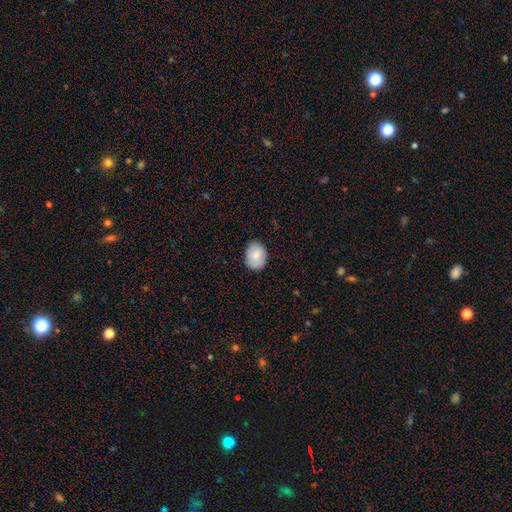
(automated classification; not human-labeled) smooth-or-featured: smooth: 83% | featured or disk: 10% | star or artifact: 7%
  how-rounded: in between: 59% | round: 40% | cigar-shaped: 1%
  merging: none: 81% | minor disturbance: 16% | major disturbance: 3% | merger: 1%